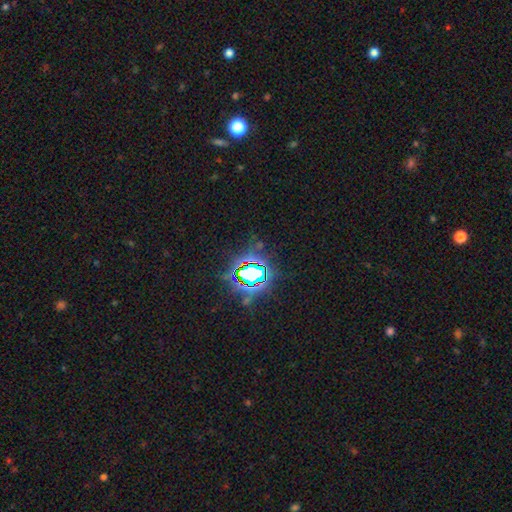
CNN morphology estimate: type=star or artifact (83%).